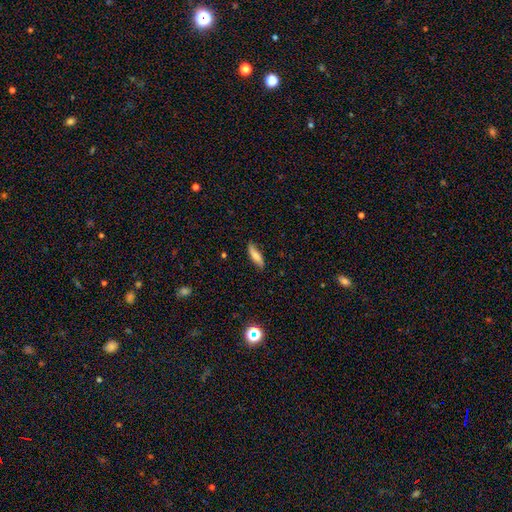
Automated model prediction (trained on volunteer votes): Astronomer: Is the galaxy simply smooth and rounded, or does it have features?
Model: smooth — 72%.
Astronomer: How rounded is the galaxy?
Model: cigar-shaped — 63%.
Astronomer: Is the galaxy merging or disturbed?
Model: none — 81%.